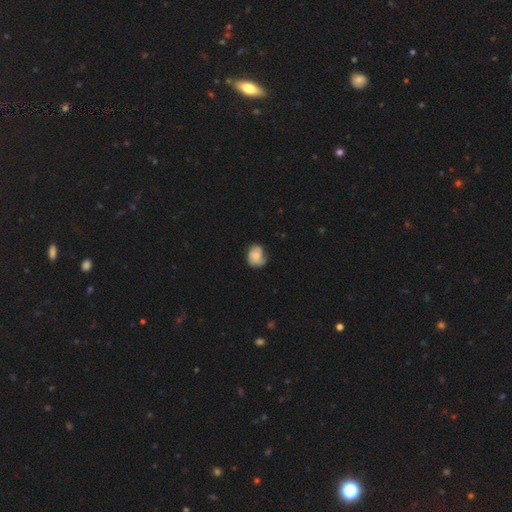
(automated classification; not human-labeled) A smooth galaxy with no disk features (50%).

Vote fractions:
- Smooth or featured? smooth: 50% / featured or disk: 43% / star or artifact: 7%
- Merging? none: 56% / minor disturbance: 31% / major disturbance: 11% / merger: 2%